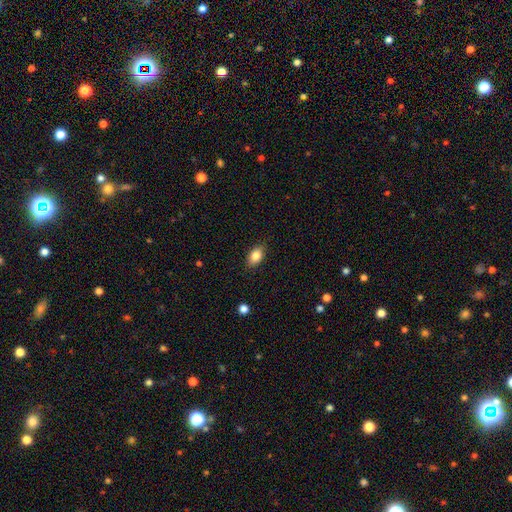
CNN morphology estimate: type=smooth (84%); roundness=in between (86%); merging=none (86%).